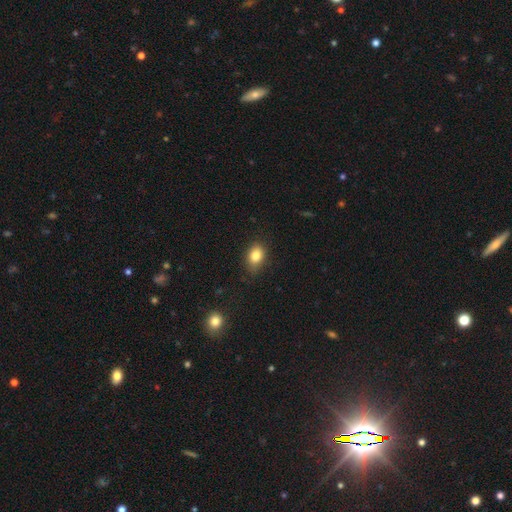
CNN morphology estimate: Q: Smooth or featured?
A: smooth (83%); runner-up: star or artifact (9%)
Q: How rounded?
A: in between (73%); runner-up: round (25%)
Q: Merging?
A: none (78%); runner-up: minor disturbance (17%)